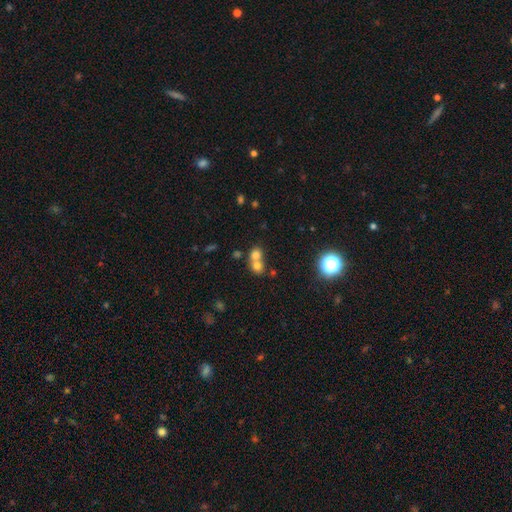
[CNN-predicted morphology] Smooth or featured? smooth (71%)
How rounded? round (75%)
Merging? merger (63%)